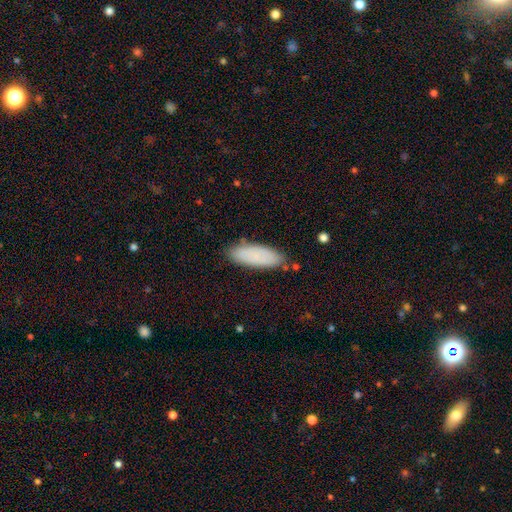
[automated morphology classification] Smooth or featured?
  - smooth: 82% *
  - featured or disk: 11%
  - star or artifact: 7%
How rounded?
  - in between: 65% *
  - cigar-shaped: 34%
  - round: 2%
Merging?
  - none: 80% *
  - minor disturbance: 15%
  - major disturbance: 3%
  - merger: 2%